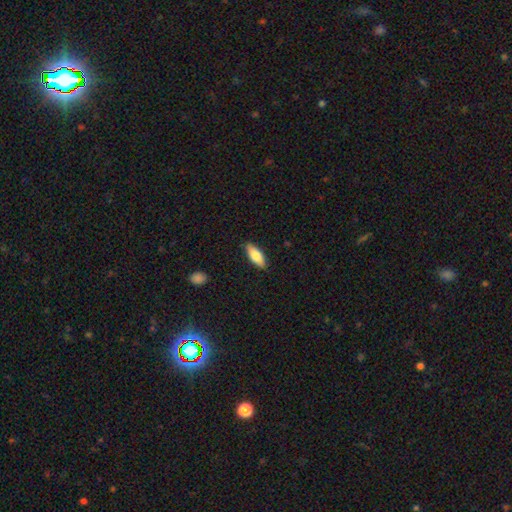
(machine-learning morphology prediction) Smooth or featured? smooth (76%)
How rounded? in between (71%)
Merging? none (87%)